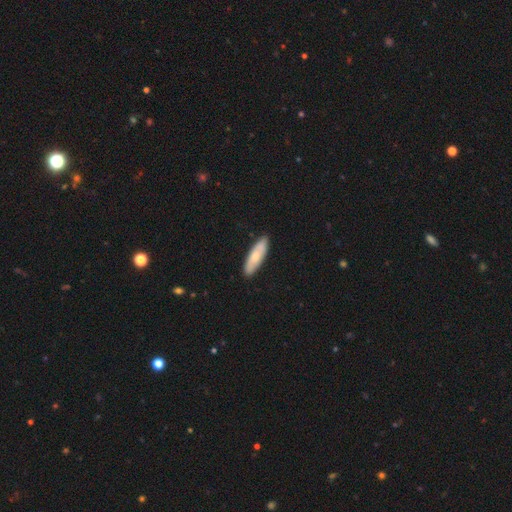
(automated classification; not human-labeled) smooth_or_featured: smooth (p=0.70) [alt: featured or disk p=0.25]
how_rounded: cigar-shaped (p=0.56) [alt: in between p=0.42]
merging: none (p=0.89) [alt: minor disturbance p=0.09]